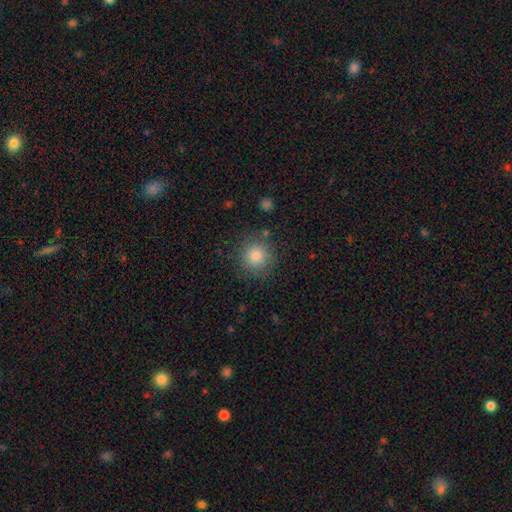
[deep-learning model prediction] smooth-or-featured: smooth: 83% | star or artifact: 11% | featured or disk: 6%
  how-rounded: round: 92% | in between: 7% | cigar-shaped: 1%
  merging: none: 85% | minor disturbance: 9% | major disturbance: 3% | merger: 2%